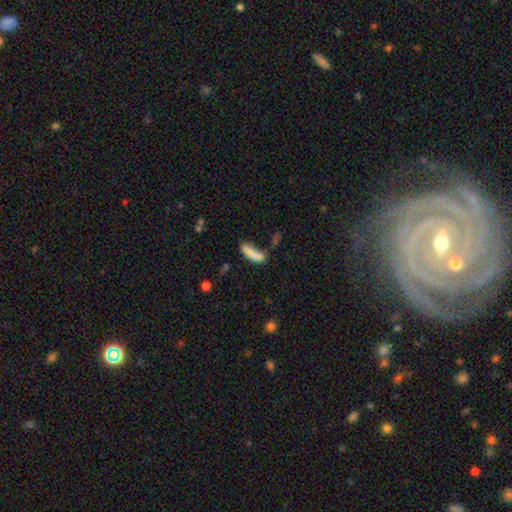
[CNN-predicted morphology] Smooth or featured?
  - smooth: 80% *
  - featured or disk: 11%
  - star or artifact: 9%
How rounded?
  - cigar-shaped: 59% *
  - in between: 38%
  - round: 2%
Merging?
  - none: 45% *
  - minor disturbance: 22%
  - merger: 20%
  - major disturbance: 13%